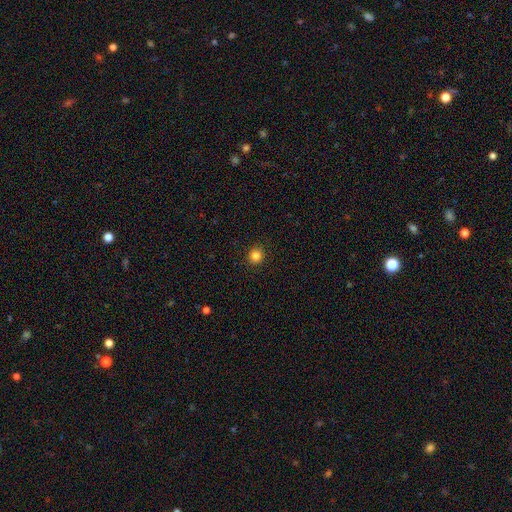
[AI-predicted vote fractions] Overall: smooth (84%). How rounded: round (92%). Merging: none (92%).